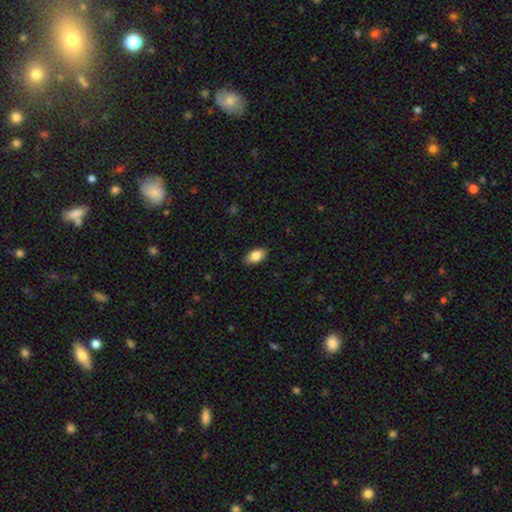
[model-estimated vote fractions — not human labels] This appears to be a smooth galaxy with no disk features (84%) that is in between round and cigar-shaped (93%). Merging: none (88%).